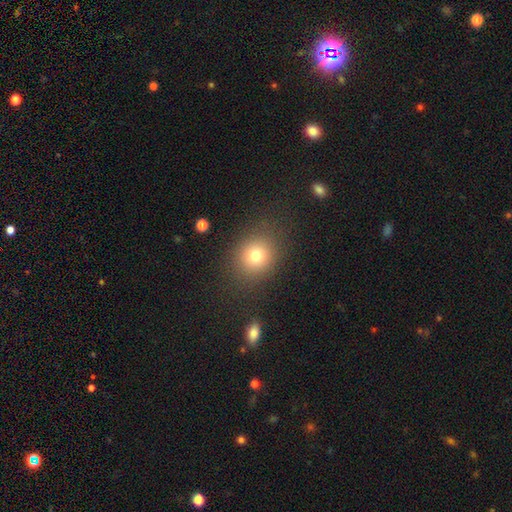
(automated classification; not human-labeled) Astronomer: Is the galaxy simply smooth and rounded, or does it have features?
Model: smooth — 78%.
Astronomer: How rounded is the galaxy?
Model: round — 72%.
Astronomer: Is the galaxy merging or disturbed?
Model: none — 83%.